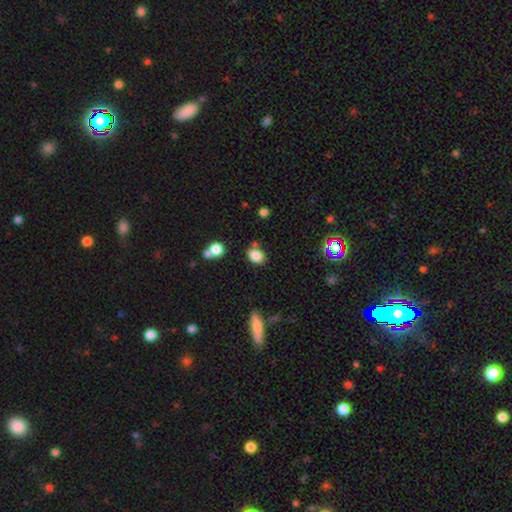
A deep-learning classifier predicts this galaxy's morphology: Q: Smooth or featured?
A: smooth (84%); runner-up: star or artifact (11%)
Q: How rounded?
A: in between (59%); runner-up: round (39%)
Q: Merging?
A: none (70%); runner-up: minor disturbance (15%)